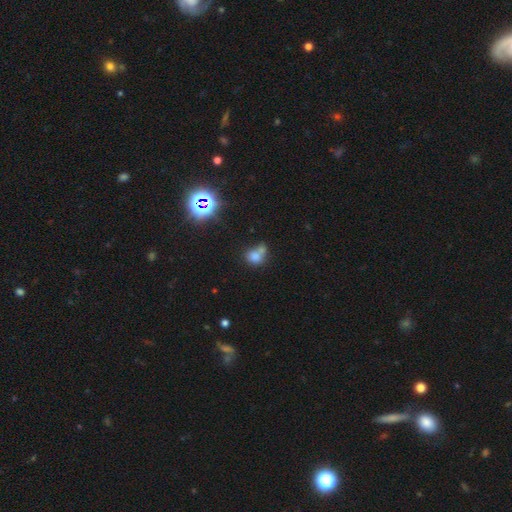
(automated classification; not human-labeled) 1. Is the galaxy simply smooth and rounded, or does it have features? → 71% smooth, 17% star or artifact, 12% featured or disk.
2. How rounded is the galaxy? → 64% round, 35% in between, 1% cigar-shaped.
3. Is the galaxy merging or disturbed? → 48% merger, 33% none, 12% minor disturbance, 7% major disturbance.